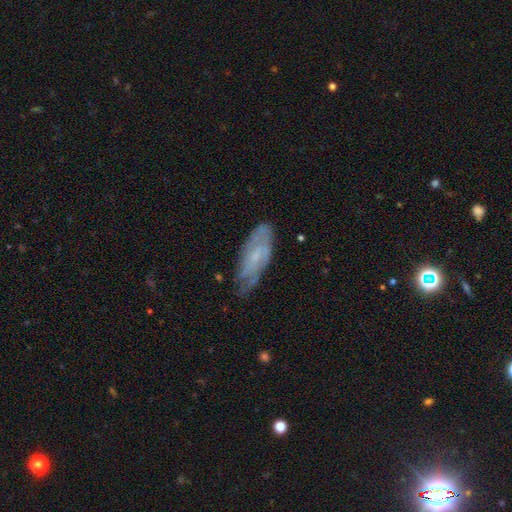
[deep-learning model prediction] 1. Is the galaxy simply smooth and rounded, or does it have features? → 62% featured or disk, 29% smooth, 9% star or artifact.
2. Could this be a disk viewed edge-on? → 83% no, 17% yes.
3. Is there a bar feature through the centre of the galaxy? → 56% no, 36% weak, 8% strong.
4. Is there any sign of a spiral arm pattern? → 79% yes, 21% no.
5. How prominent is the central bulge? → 66% small, 18% moderate, 13% none, 1% large, 1% dominant.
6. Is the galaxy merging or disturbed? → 66% none, 25% minor disturbance, 7% major disturbance, 2% merger.